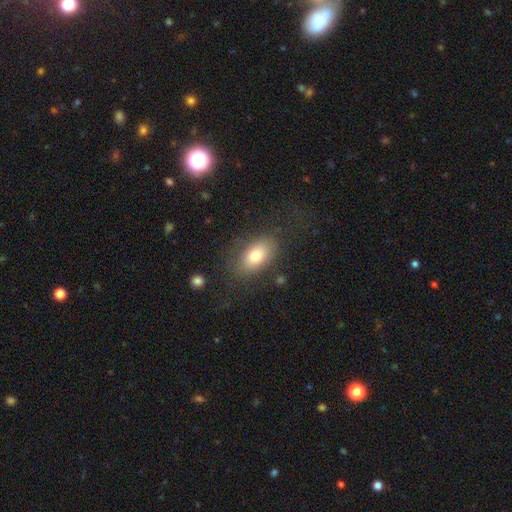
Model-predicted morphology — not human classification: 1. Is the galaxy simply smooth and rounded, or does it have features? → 74% smooth, 17% featured or disk, 9% star or artifact.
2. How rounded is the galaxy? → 88% in between, 9% round, 3% cigar-shaped.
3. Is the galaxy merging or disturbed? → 76% none, 14% minor disturbance, 8% major disturbance, 2% merger.